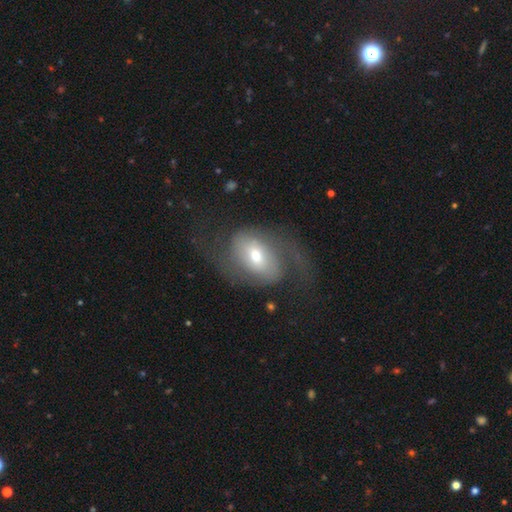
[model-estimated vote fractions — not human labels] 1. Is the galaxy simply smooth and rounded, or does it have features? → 72% featured or disk, 22% smooth, 7% star or artifact.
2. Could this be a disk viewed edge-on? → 96% no, 4% yes.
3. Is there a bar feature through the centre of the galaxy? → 44% no, 38% weak, 18% strong.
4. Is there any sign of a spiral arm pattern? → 88% yes, 12% no.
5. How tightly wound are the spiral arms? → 54% loose, 35% medium, 11% tight.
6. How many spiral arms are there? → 84% 2, 7% 1, 6% can't tell, 2% 3, 1% 4, 1% more than 4.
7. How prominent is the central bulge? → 54% moderate, 36% small, 7% large, 2% dominant, 1% none.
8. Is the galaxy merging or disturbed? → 55% none, 27% major disturbance, 16% minor disturbance, 2% merger.